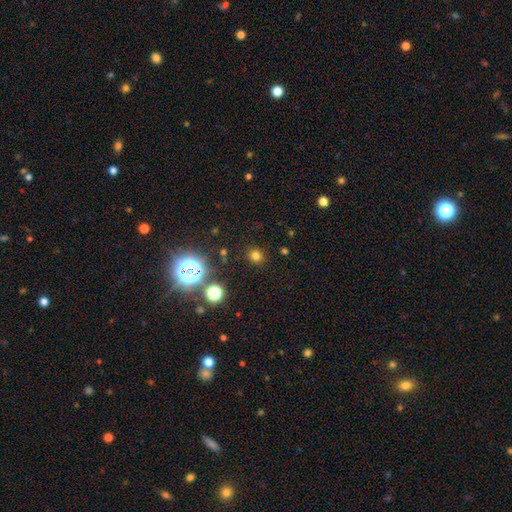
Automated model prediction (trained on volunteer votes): The model was most divided on "smooth or featured": smooth: 72%, star or artifact: 22%, featured or disk: 6%. More confident: merging — none (88%); how rounded — round (87%).